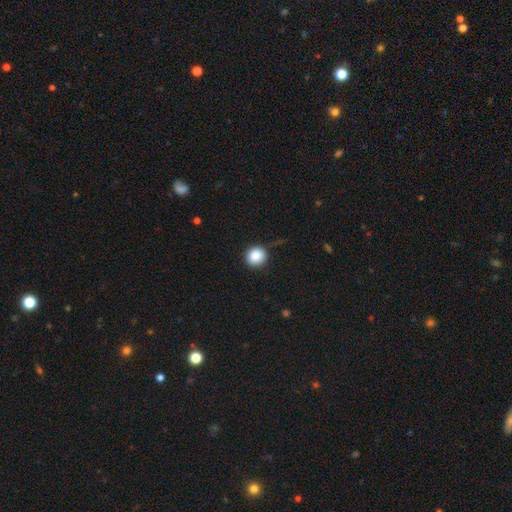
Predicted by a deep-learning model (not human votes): Morphology: type=smooth (87%); roundness=round (87%); merging=none (82%).